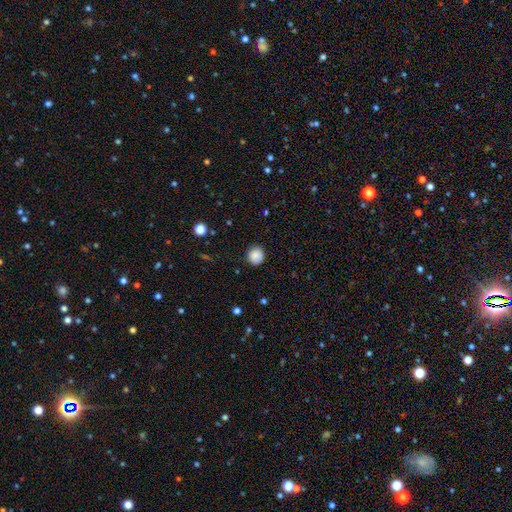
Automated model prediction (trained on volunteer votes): A smooth galaxy with no disk features (87%) that is round (86%).

Vote fractions:
- Smooth or featured? smooth: 87% / star or artifact: 9% / featured or disk: 4%
- How rounded? round: 86% / in between: 13% / cigar-shaped: 1%
- Merging? none: 87% / minor disturbance: 10% / major disturbance: 2% / merger: 1%